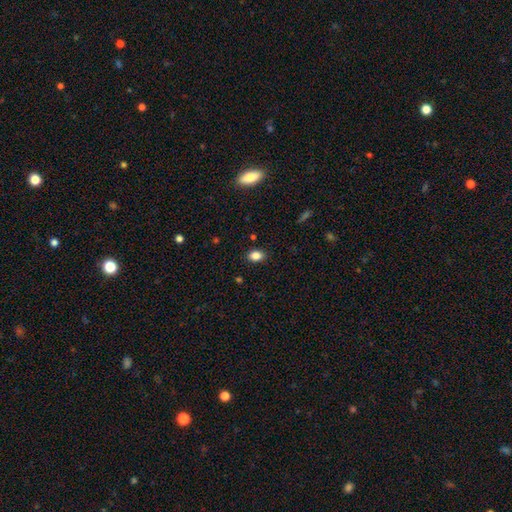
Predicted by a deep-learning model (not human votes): This appears to be a smooth galaxy with no disk features (85%) that is in between round and cigar-shaped (75%). Merging: none (87%).